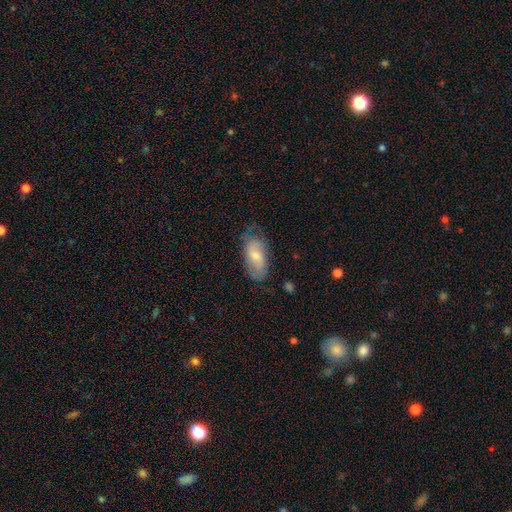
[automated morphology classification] smooth-or-featured: smooth: 58% | featured or disk: 35% | star or artifact: 6%
  how-rounded: in between: 90% | cigar-shaped: 7% | round: 3%
  merging: none: 60% | minor disturbance: 28% | major disturbance: 10% | merger: 2%